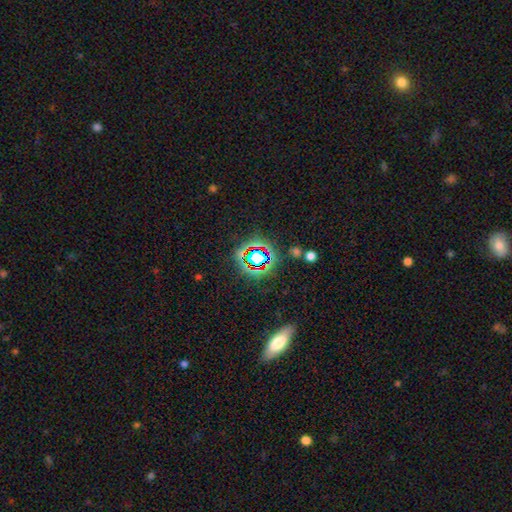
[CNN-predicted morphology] smooth-or-featured: star or artifact: 67% | smooth: 21% | featured or disk: 12%